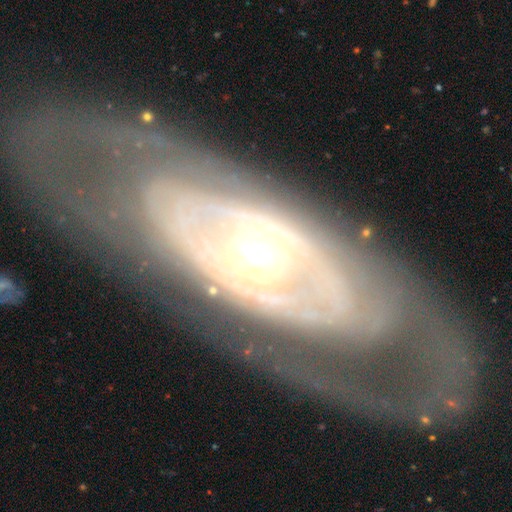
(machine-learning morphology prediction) A featured or disk galaxy (82%) with no bar (76%), no spiral arms (54%) and a small central bulge (55%). Merging: none (78%).